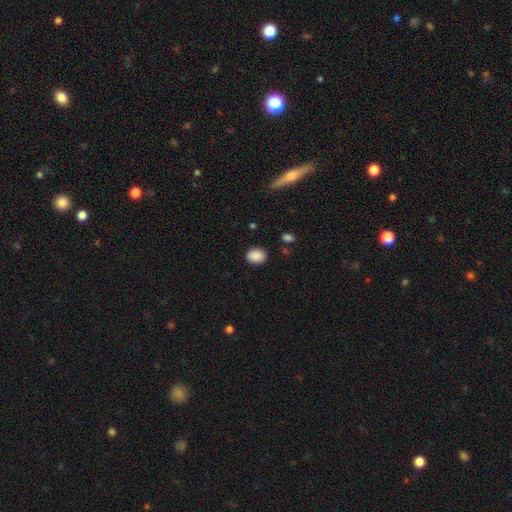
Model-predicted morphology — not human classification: Smooth or featured? Predicted: smooth (p=0.89). How rounded? Predicted: in between (p=0.55). Merging? Predicted: none (p=0.86).